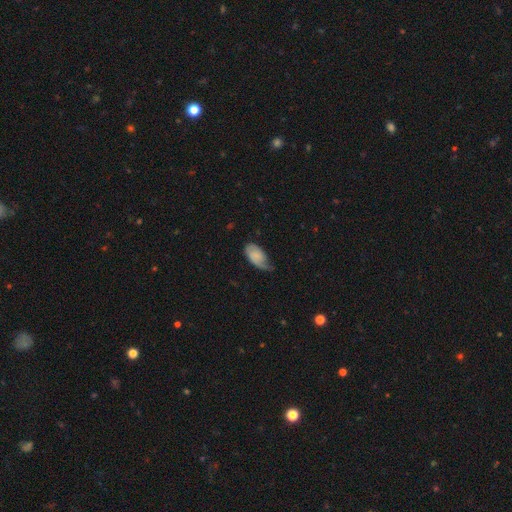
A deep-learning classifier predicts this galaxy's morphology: smooth-or-featured: smooth: 62% | featured or disk: 31% | star or artifact: 7%
  how-rounded: in between: 93% | round: 4% | cigar-shaped: 2%
  merging: minor disturbance: 43% | none: 33% | major disturbance: 23% | merger: 2%